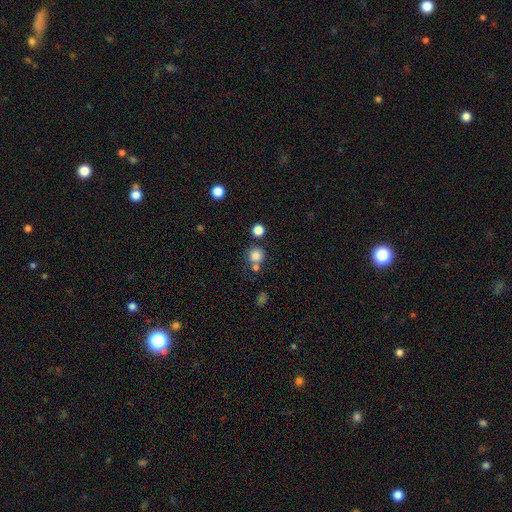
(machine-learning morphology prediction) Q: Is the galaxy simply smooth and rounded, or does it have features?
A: smooth — 82%.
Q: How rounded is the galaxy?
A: round — 91%.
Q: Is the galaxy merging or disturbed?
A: none — 66%.